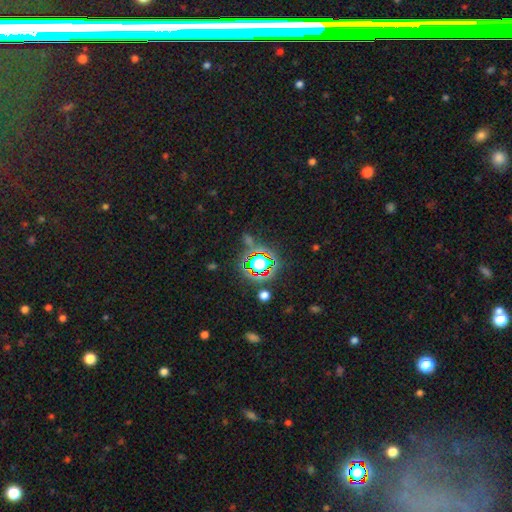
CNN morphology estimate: Smooth or featured?
  - star or artifact: 70% *
  - smooth: 19%
  - featured or disk: 10%